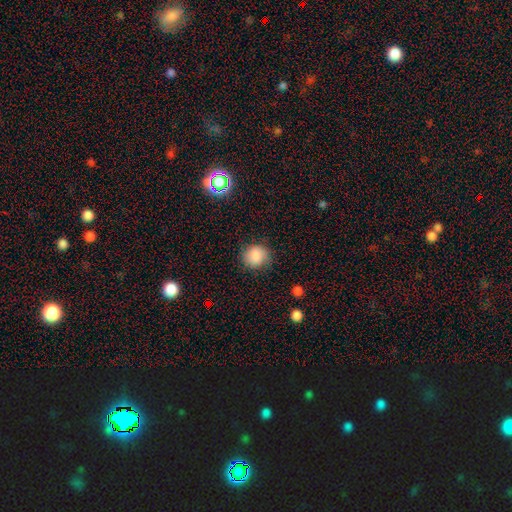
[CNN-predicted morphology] Overall: smooth (86%). How rounded: round (86%). Merging: none (82%).